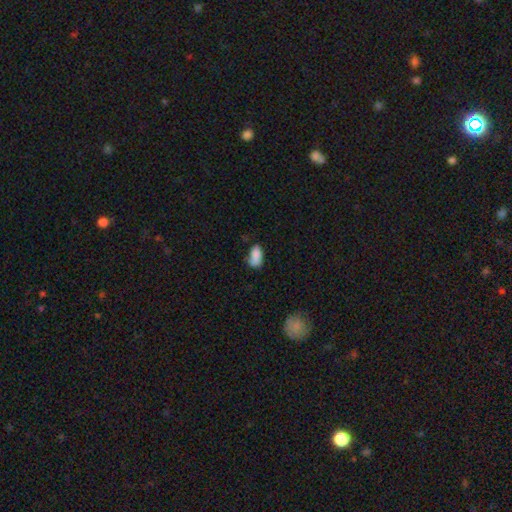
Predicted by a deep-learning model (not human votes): Smooth or featured?
  - smooth: 84% *
  - star or artifact: 8%
  - featured or disk: 8%
How rounded?
  - in between: 92% *
  - round: 4%
  - cigar-shaped: 4%
Merging?
  - none: 51% *
  - minor disturbance: 33%
  - major disturbance: 10%
  - merger: 6%